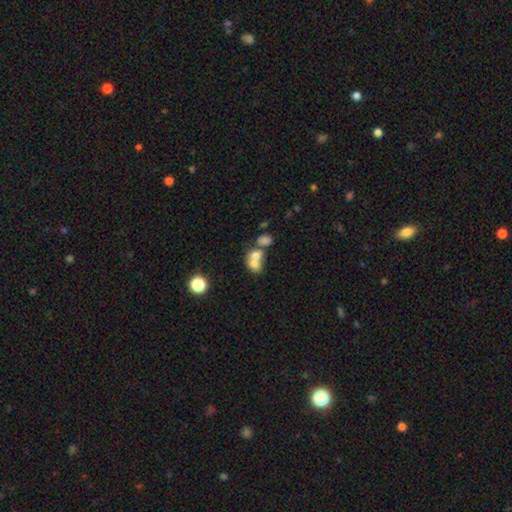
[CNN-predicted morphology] Smooth or featured? Predicted: smooth (p=0.67). How rounded? Predicted: in between (p=0.53). Merging? Predicted: merger (p=0.67).